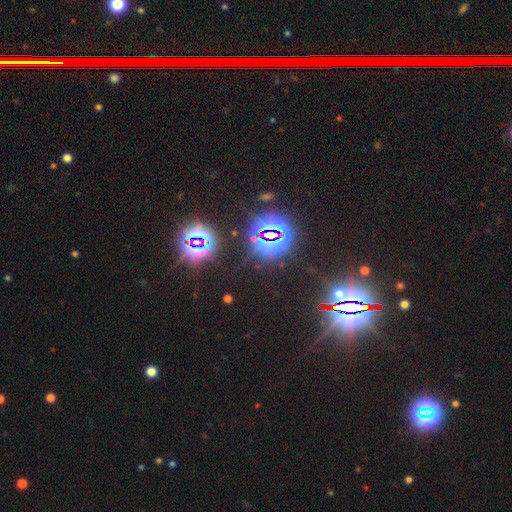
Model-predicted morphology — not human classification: The model was most divided on "smooth or featured": star or artifact: 83%, smooth: 10%, featured or disk: 7%.